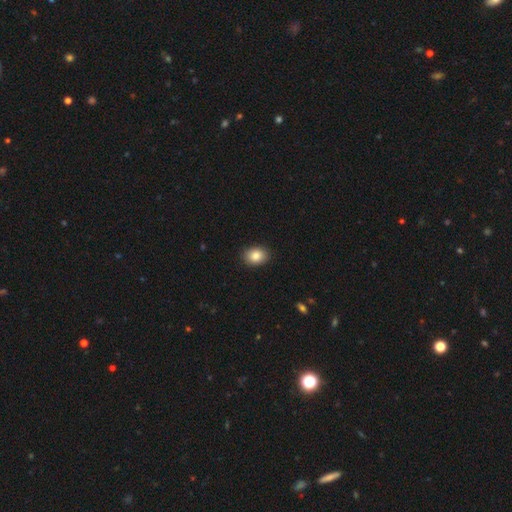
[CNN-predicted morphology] type=smooth (86%); roundness=in between (66%); merging=none (89%).